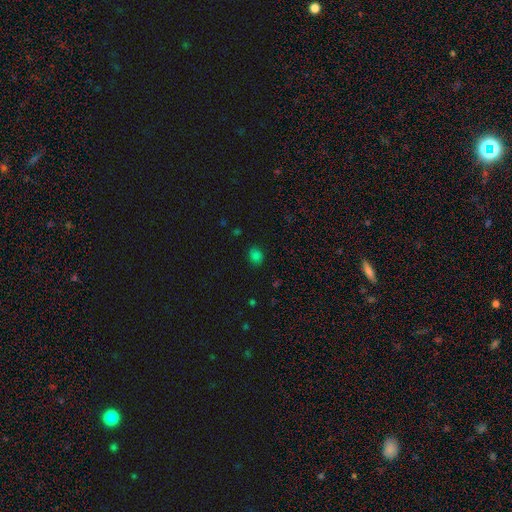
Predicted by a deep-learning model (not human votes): Smooth or featured? smooth (76%)
How rounded? round (53%)
Merging? none (81%)